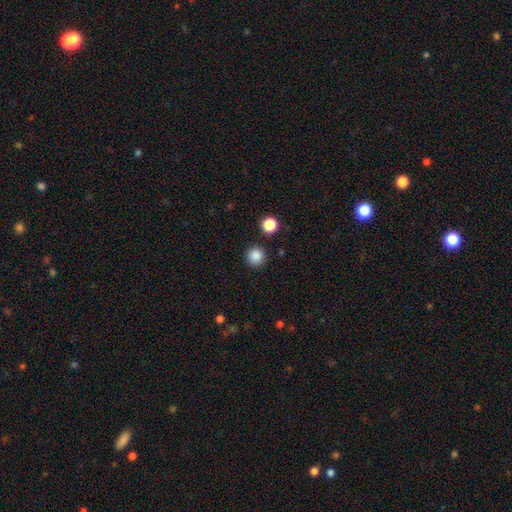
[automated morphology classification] smooth 86%, star or artifact 10%, featured or disk 3%. Down the decision tree: how rounded — round (95%); merging — none (90%).